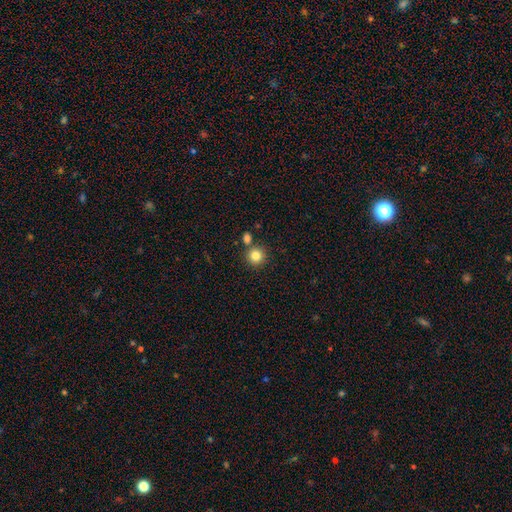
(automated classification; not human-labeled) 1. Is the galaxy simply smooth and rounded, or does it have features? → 83% smooth, 11% star or artifact, 6% featured or disk.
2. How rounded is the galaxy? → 94% round, 5% in between, 1% cigar-shaped.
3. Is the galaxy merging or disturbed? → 77% none, 13% merger, 7% minor disturbance, 2% major disturbance.